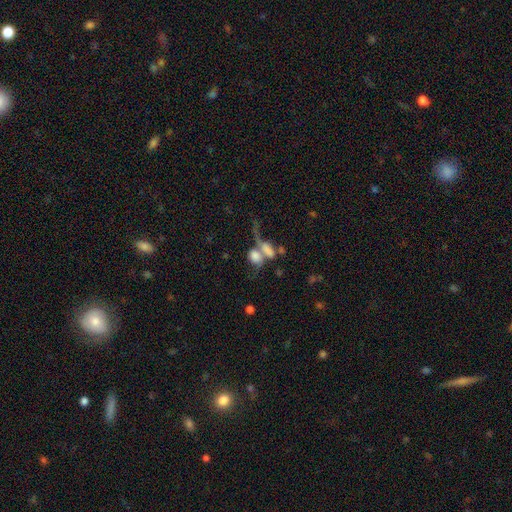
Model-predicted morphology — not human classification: Q: Smooth or featured?
A: smooth (63%); runner-up: featured or disk (25%)
Q: How rounded?
A: in between (62%); runner-up: round (32%)
Q: Merging?
A: merger (63%); runner-up: major disturbance (16%)